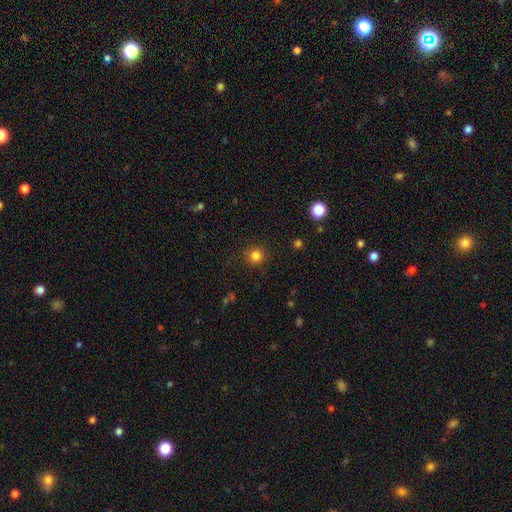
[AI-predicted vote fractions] smooth 82%, star or artifact 13%, featured or disk 5%. Down the decision tree: how rounded — round (92%); merging — none (90%).